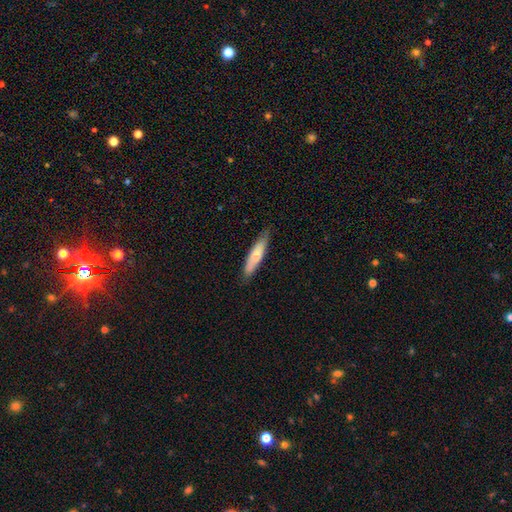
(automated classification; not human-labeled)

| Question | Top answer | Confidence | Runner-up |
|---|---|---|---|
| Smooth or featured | smooth | 74% | featured or disk (21%) |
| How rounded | cigar-shaped | 80% | in between (18%) |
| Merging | none | 82% | minor disturbance (15%) |